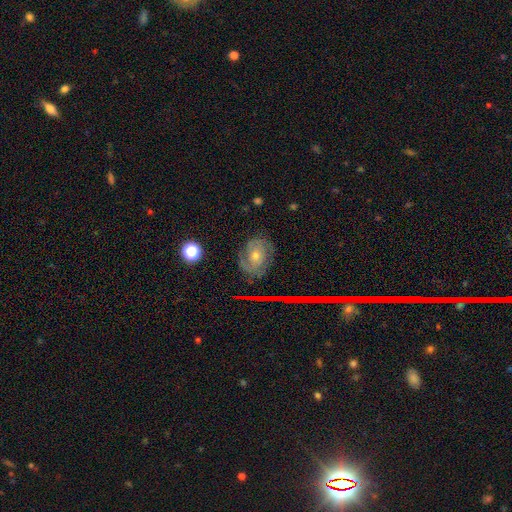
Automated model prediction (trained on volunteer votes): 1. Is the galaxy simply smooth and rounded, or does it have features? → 73% featured or disk, 14% smooth, 12% star or artifact.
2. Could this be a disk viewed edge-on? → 96% no, 4% yes.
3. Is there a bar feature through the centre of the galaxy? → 71% no, 24% weak, 6% strong.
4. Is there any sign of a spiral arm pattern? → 92% yes, 8% no.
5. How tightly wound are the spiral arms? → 64% tight, 29% medium, 7% loose.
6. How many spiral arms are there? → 51% 2, 25% can't tell, 12% 3, 5% 1, 4% 4, 4% more than 4.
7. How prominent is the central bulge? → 52% moderate, 42% small, 3% large, 2% none, 1% dominant.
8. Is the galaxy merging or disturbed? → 79% none, 15% minor disturbance, 5% major disturbance, 2% merger.